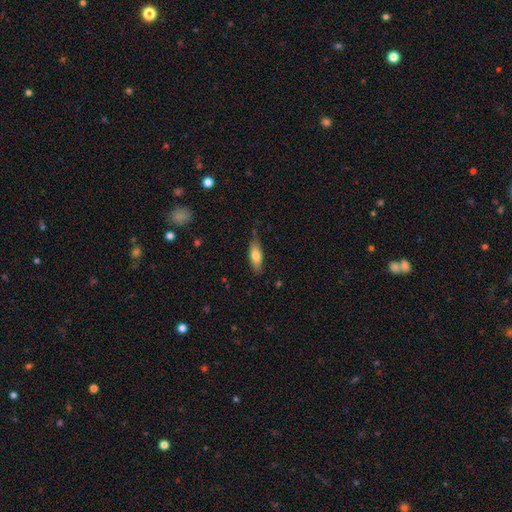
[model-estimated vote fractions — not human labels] The model was most divided on "how rounded": in between: 62%, cigar-shaped: 35%, round: 2%. More confident: merging — none (77%); smooth or featured — smooth (73%).